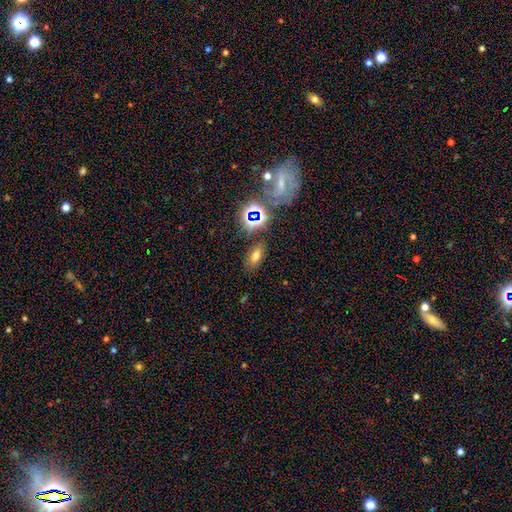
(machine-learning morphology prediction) Q: Smooth or featured?
A: smooth (61%); runner-up: star or artifact (26%)
Q: How rounded?
A: in between (83%); runner-up: round (10%)
Q: Merging?
A: none (79%); runner-up: minor disturbance (12%)